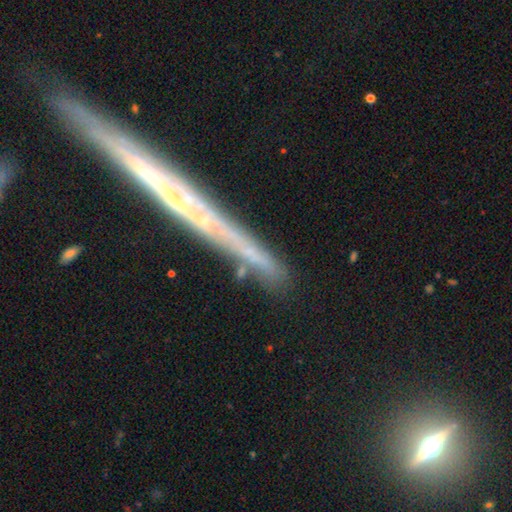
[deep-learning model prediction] Smooth or featured: smooth — 43% (featured or disk — 39%)
Merging: none — 65% (minor disturbance — 17%)